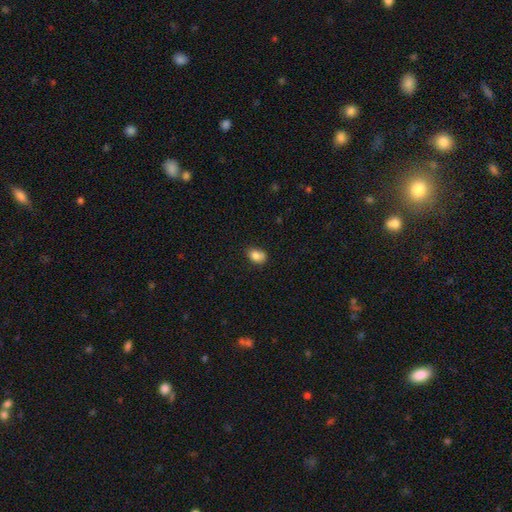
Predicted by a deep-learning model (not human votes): Smooth or featured? smooth (82%)
How rounded? in between (66%)
Merging? none (57%)